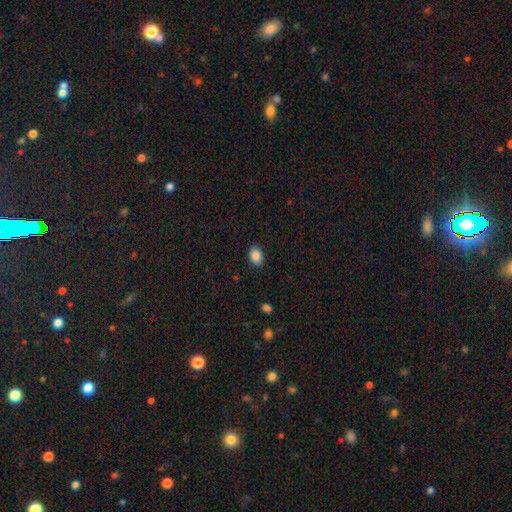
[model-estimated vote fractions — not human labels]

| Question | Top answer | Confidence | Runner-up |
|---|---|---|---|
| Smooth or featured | smooth | 87% | star or artifact (9%) |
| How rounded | in between | 73% | round (26%) |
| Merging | none | 88% | minor disturbance (9%) |